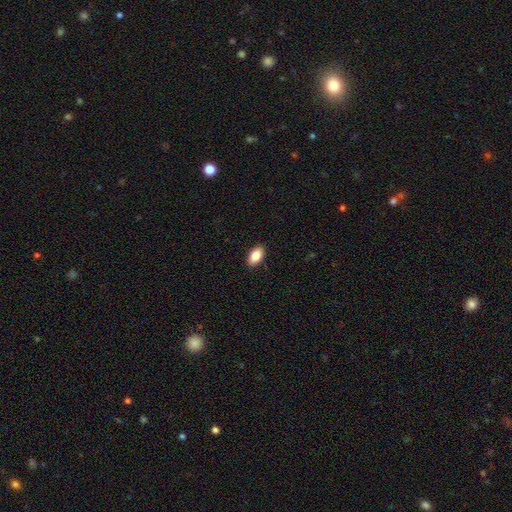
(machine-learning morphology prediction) smooth 87%, star or artifact 7%, featured or disk 6%. Down the decision tree: how rounded — in between (93%); merging — none (90%).